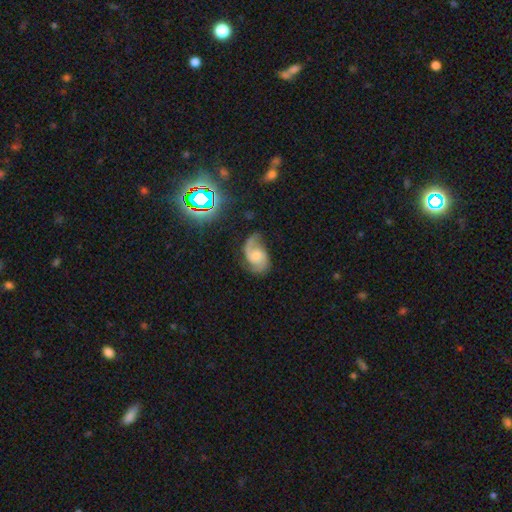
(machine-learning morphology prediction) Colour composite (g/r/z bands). It shows a featured or disk galaxy (77%) with no bar (58%), 2 (79%) medium (47%) spiral arms (96%) and no central bulge (29%, tied with moderate). Merging: none (56%).